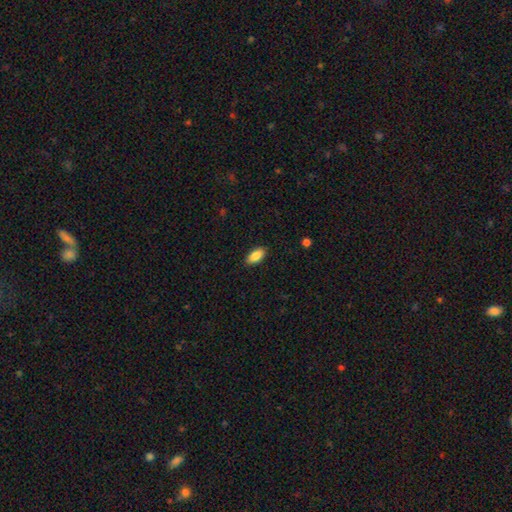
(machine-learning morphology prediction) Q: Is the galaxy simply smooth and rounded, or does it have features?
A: smooth — 87%.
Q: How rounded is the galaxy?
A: in between — 90%.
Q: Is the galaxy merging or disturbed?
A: none — 88%.